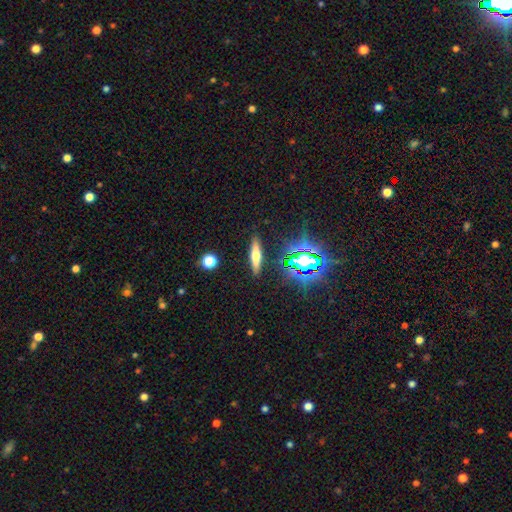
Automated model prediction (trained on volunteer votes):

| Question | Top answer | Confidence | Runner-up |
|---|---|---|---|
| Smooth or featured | smooth | 51% | featured or disk (33%) |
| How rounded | cigar-shaped | 74% | in between (22%) |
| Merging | none | 88% | minor disturbance (8%) |